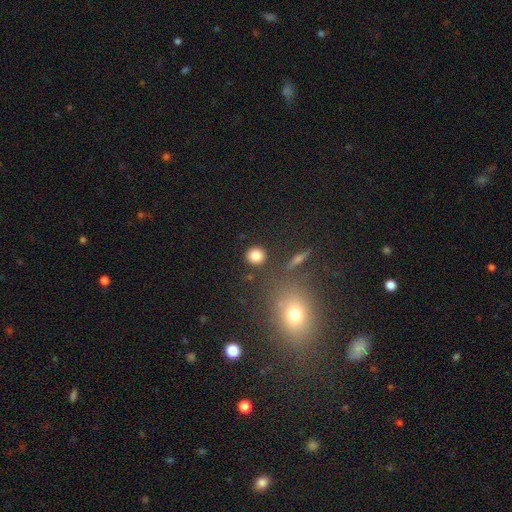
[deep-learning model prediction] smooth_or_featured: smooth (p=0.83) [alt: star or artifact p=0.11]
how_rounded: round (p=0.89) [alt: in between p=0.09]
merging: none (p=0.86) [alt: minor disturbance p=0.07]